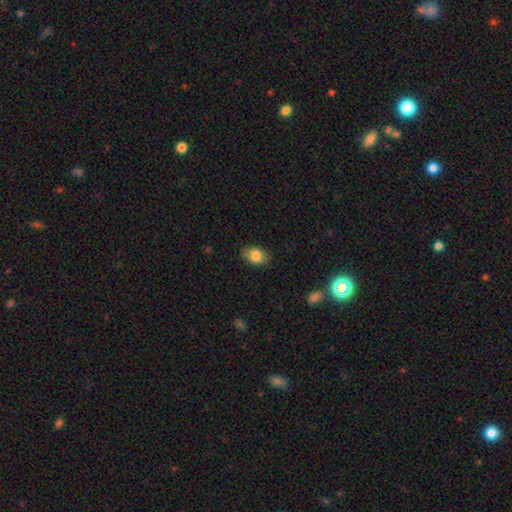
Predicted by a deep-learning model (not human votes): Morphology: type=smooth (84%); roundness=in between (80%); merging=none (85%).